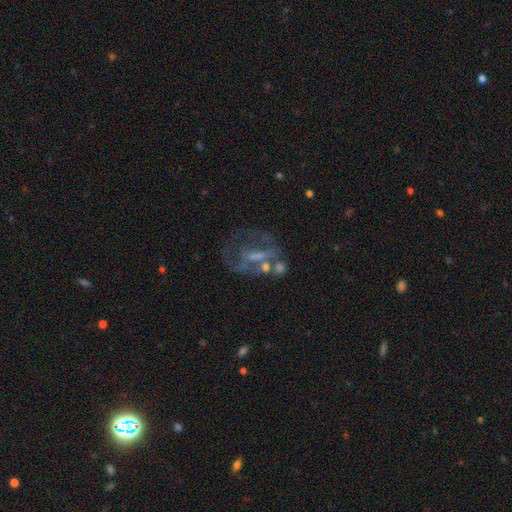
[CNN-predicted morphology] Overall: featured or disk (63%). Edge-on disk: no (94%). Bar: no (48%; weak 32%). Spiral arms: no (67%; yes 33%). Bulge size: none (40%; small 31%). Merging: none (36%; major disturbance 31%).